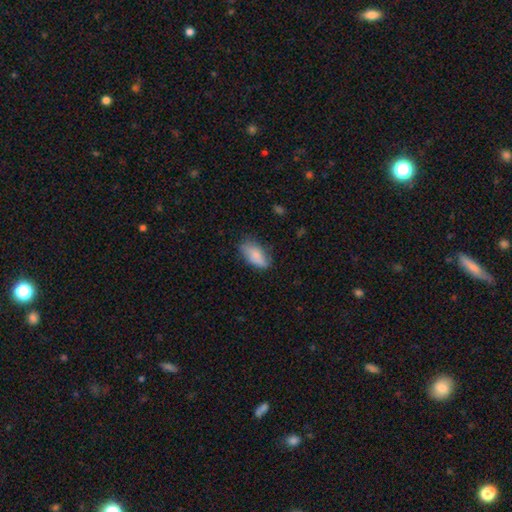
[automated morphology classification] This is clearly a smooth galaxy (80%). How rounded: clearly in between (89%). Merging: likely none (65%).